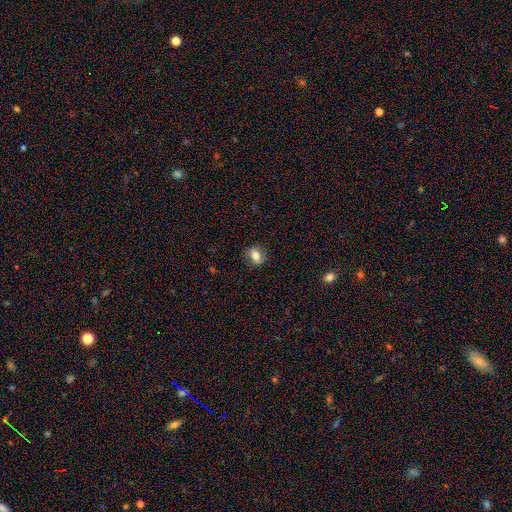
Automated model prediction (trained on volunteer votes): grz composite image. It shows a smooth galaxy with no disk features (70%) that is in between round and cigar-shaped (55%). Merging: none (82%).